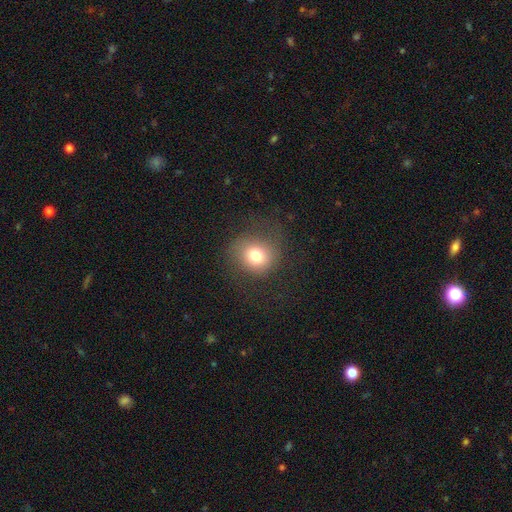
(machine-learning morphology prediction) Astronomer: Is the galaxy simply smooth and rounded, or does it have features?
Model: smooth — 76%.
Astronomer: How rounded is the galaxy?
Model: round — 82%.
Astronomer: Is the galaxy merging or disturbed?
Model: none — 73%.